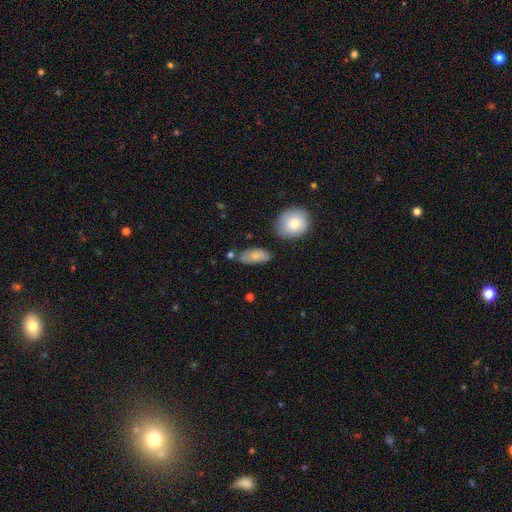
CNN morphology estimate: The model was most divided on "merging": none: 65%, minor disturbance: 22%, merger: 8%, major disturbance: 5%. More confident: how rounded — in between (90%); smooth or featured — smooth (76%).